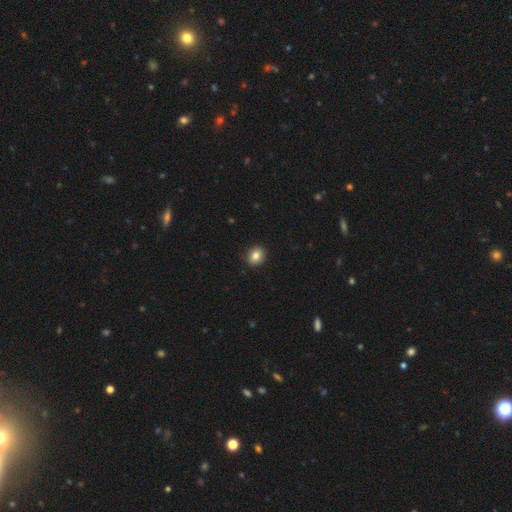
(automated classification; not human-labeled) A smooth galaxy with no disk features (84%) that is round (68%). Merging: none (89%).